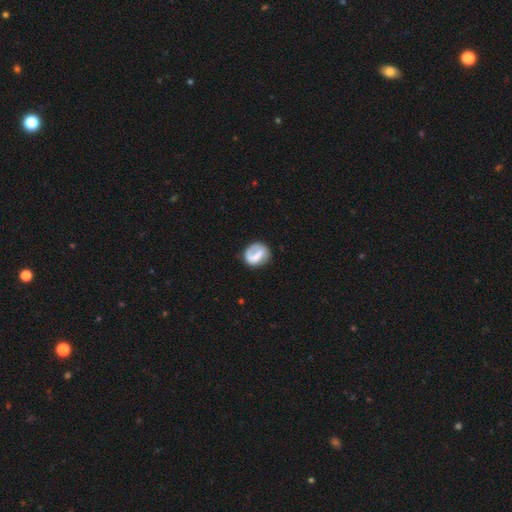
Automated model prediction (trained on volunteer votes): Smooth or featured?
  - smooth: 53% *
  - featured or disk: 40%
  - star or artifact: 7%
How rounded?
  - round: 73% *
  - in between: 26%
  - cigar-shaped: 2%
Merging?
  - none: 66% *
  - minor disturbance: 19%
  - major disturbance: 12%
  - merger: 3%